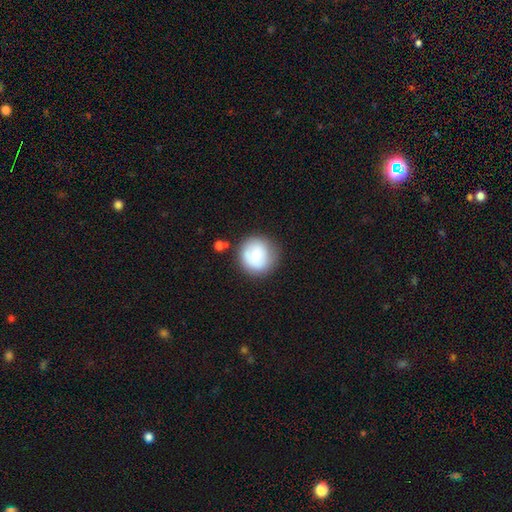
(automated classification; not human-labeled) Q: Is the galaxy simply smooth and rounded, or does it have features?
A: smooth — 71%.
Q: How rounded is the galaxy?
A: round — 91%.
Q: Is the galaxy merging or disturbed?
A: none — 73%.